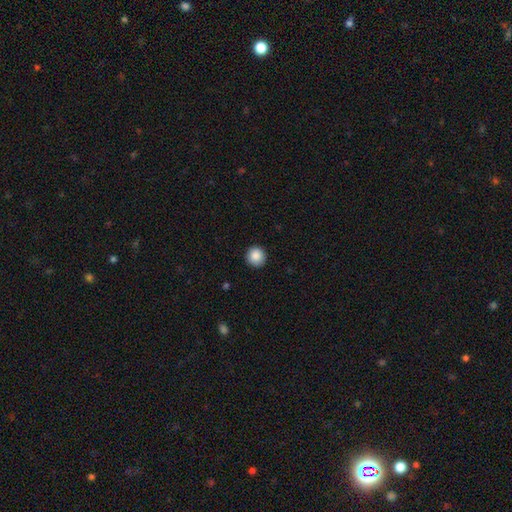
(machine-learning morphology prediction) This is clearly a smooth galaxy (88%). How rounded: clearly round (95%). Merging: clearly none (91%).